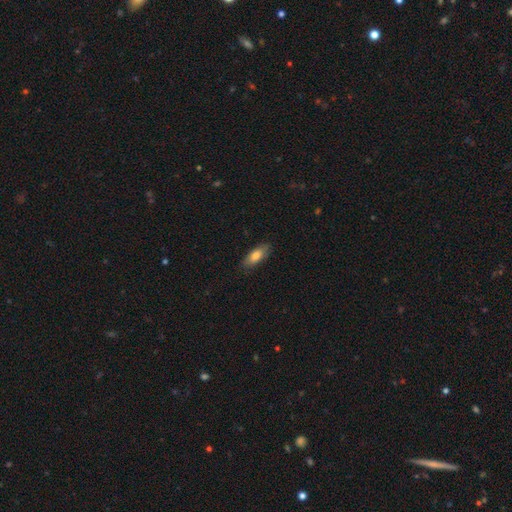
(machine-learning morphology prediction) Overall: smooth (78%). How rounded: in between (75%). Merging: none (84%).